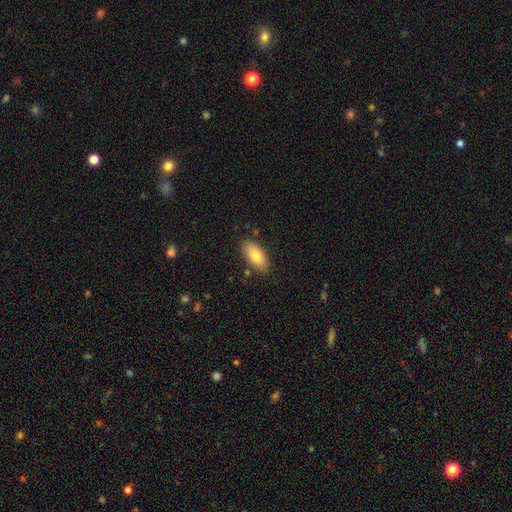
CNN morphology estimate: smooth 84%, featured or disk 10%, star or artifact 6%. Down the decision tree: how rounded — in between (90%); merging — none (84%).